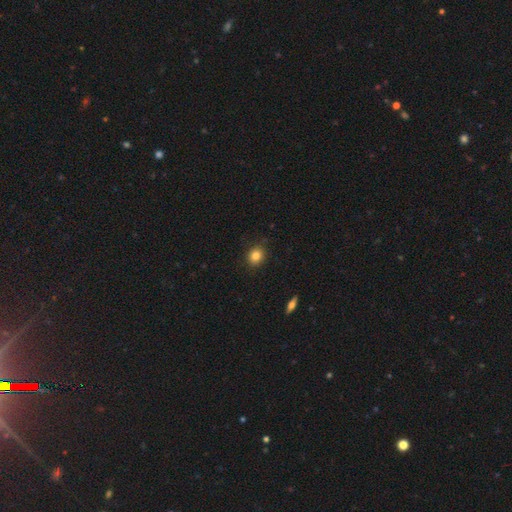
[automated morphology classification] This appears to be a smooth galaxy with no disk features (84%) that is round (73%). Merging: none (87%).